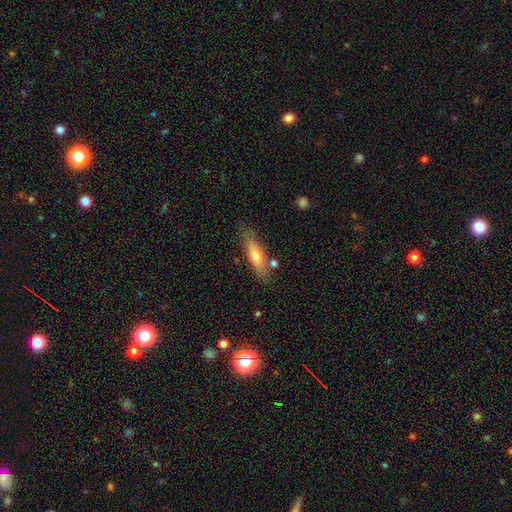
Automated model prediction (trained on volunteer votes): Q: Smooth or featured?
A: smooth (60%); runner-up: featured or disk (34%)
Q: How rounded?
A: cigar-shaped (64%); runner-up: in between (34%)
Q: Merging?
A: none (76%); runner-up: minor disturbance (15%)